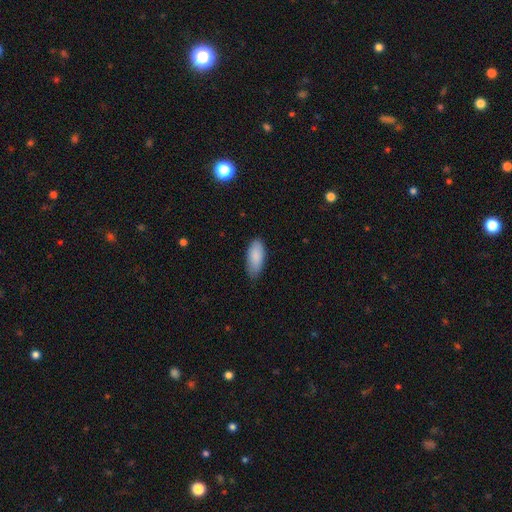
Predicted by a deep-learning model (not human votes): Smooth or featured?
  - smooth: 87% *
  - featured or disk: 7%
  - star or artifact: 6%
How rounded?
  - in between: 88% *
  - cigar-shaped: 10%
  - round: 2%
Merging?
  - none: 75% *
  - minor disturbance: 21%
  - major disturbance: 3%
  - merger: 1%